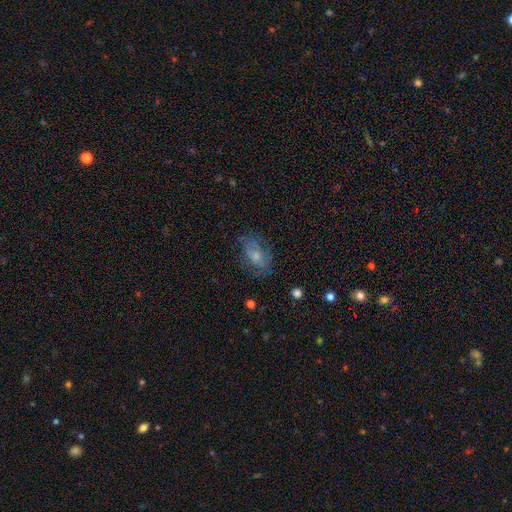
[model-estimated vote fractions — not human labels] This appears to be a featured or disk galaxy (47%). Merging: none (70%).